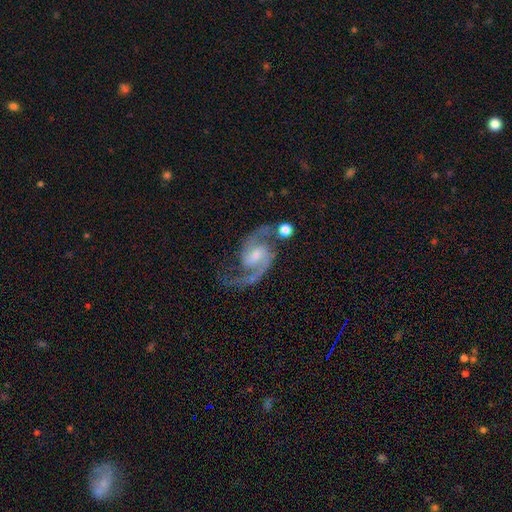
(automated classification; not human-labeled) smooth-or-featured: featured or disk: 91% | star or artifact: 5% | smooth: 4%
  disk-edge-on: no: 98% | yes: 2%
    bar: weak: 57% | no: 27% | strong: 15%
    has-spiral-arms: yes: 98% | no: 2%
      spiral-winding: medium: 56% | loose: 33% | tight: 11%
      spiral-arm-count: 2: 94% | can't tell: 2% | 1: 2% | 3: 1% | 4: 1% | more than 4: 1%
    bulge-size: moderate: 45% | small: 37% | none: 10% | large: 6% | dominant: 1%
  merging: none: 65% | minor disturbance: 17% | major disturbance: 10% | merger: 9%